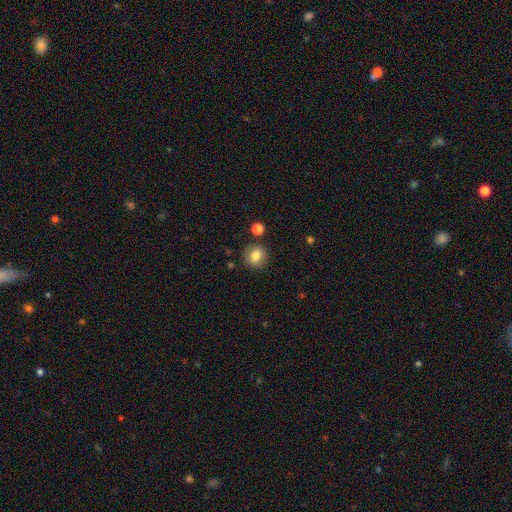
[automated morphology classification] smooth_or_featured: smooth (p=0.79) [alt: featured or disk p=0.11]
how_rounded: round (p=0.85) [alt: in between p=0.14]
merging: none (p=0.85) [alt: minor disturbance p=0.09]